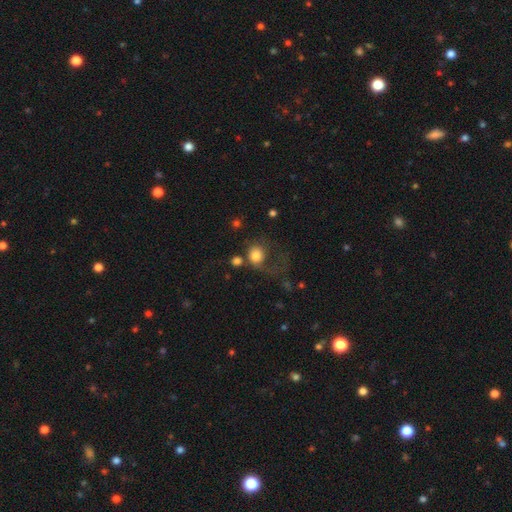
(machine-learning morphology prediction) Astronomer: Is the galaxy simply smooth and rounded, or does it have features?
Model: smooth — 77%.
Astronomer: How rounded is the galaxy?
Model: round — 77%.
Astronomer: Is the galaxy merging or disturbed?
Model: major disturbance — 39% (runner-up: none, 31%).